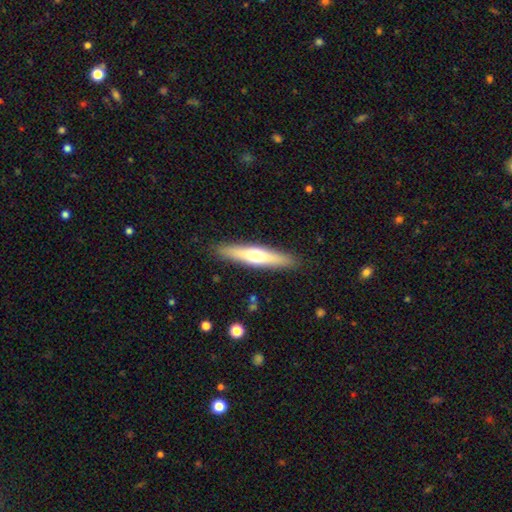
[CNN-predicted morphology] The model was most divided on "smooth or featured": smooth: 51%, featured or disk: 43%, star or artifact: 5%. More confident: merging — none (89%); how rounded — cigar-shaped (85%).